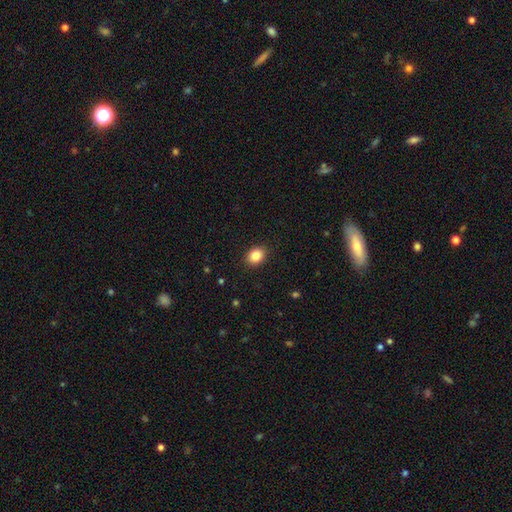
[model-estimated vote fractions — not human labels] Q: Smooth or featured?
A: smooth (85%); runner-up: star or artifact (10%)
Q: How rounded?
A: round (50%); runner-up: in between (49%)
Q: Merging?
A: none (90%); runner-up: minor disturbance (7%)